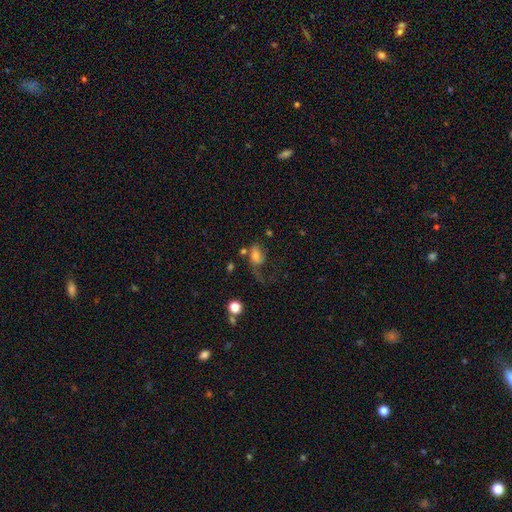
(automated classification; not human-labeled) Morphology: type=smooth (55%); roundness=in between (77%); merging=major disturbance (45%).